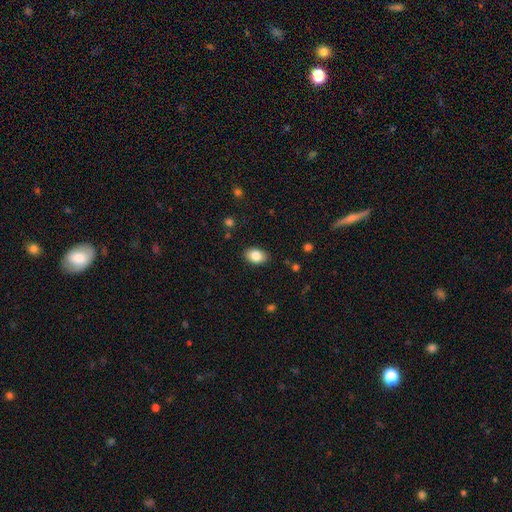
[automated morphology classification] Smooth or featured? smooth (83%)
How rounded? in between (85%)
Merging? none (87%)